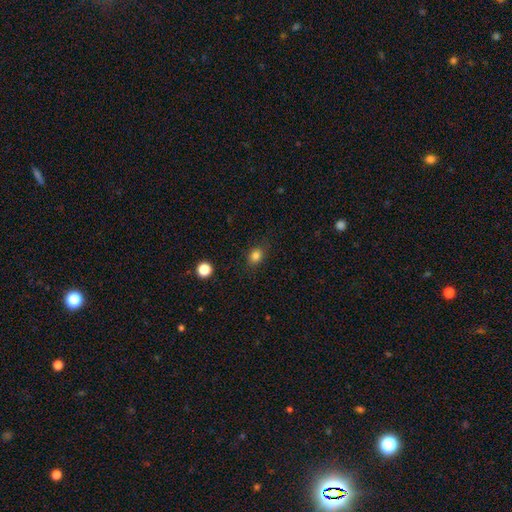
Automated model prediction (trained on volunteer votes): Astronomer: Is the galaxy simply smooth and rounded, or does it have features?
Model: smooth — 83%.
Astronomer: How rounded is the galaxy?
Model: in between — 54% (runner-up: round, 44%).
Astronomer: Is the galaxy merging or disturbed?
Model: none — 83%.